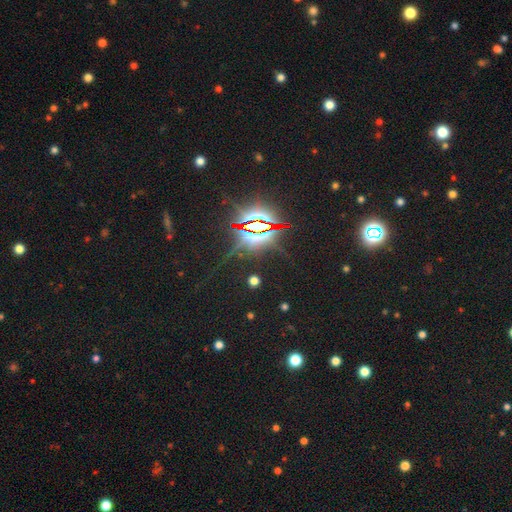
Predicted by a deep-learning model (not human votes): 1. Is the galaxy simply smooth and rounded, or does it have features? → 85% star or artifact, 8% smooth, 7% featured or disk.